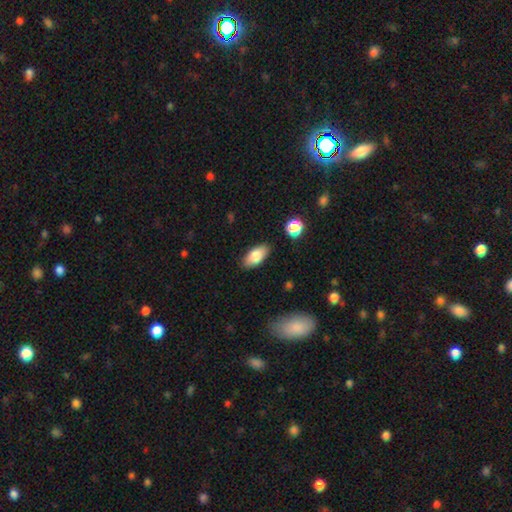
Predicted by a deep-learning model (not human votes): A smooth galaxy with no disk features (81%) that is in between round and cigar-shaped (90%). Merging: none (86%).